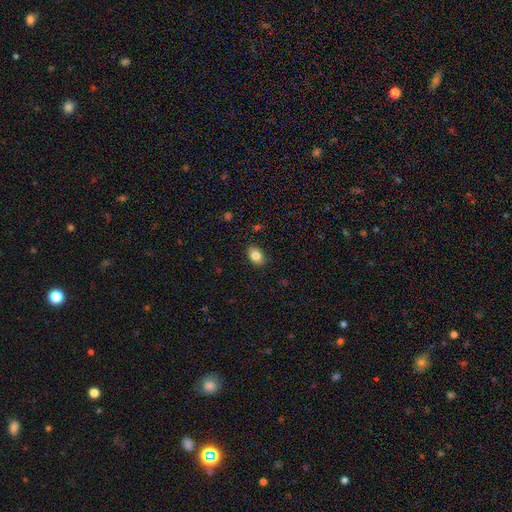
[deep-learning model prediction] smooth 83%, featured or disk 9%, star or artifact 8%. Down the decision tree: how rounded — in between (84%); merging — none (85%).